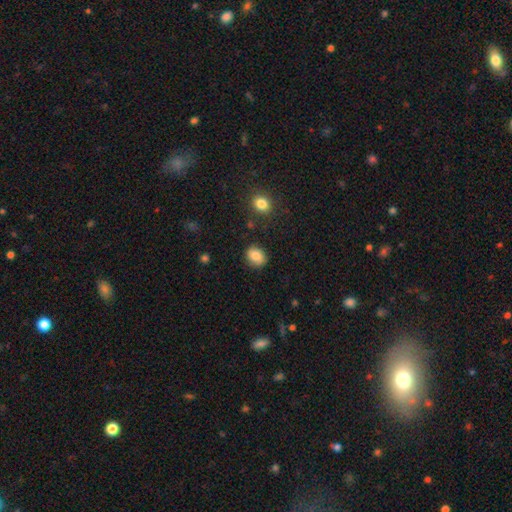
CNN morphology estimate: Q: Smooth or featured?
A: smooth (84%); runner-up: star or artifact (9%)
Q: How rounded?
A: in between (51%); runner-up: round (48%)
Q: Merging?
A: none (85%); runner-up: minor disturbance (10%)